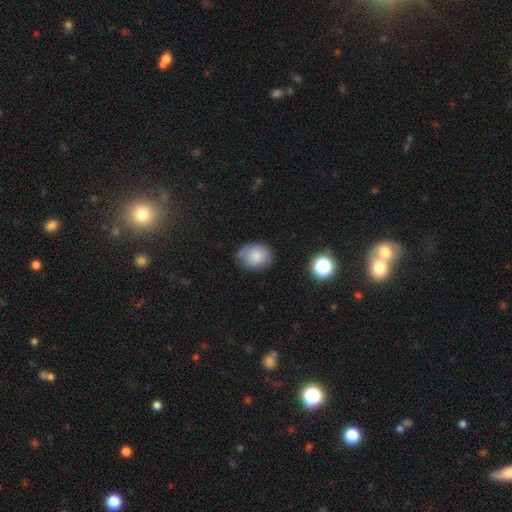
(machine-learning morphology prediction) Overall: smooth (80%). How rounded: in between (52%; round 47%). Merging: none (66%; minor disturbance 26%).